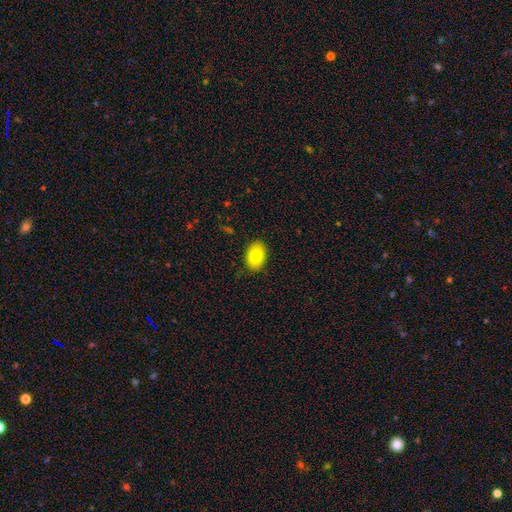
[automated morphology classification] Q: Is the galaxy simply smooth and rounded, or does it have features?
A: smooth — 81%.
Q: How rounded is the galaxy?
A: in between — 86%.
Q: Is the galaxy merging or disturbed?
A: none — 89%.